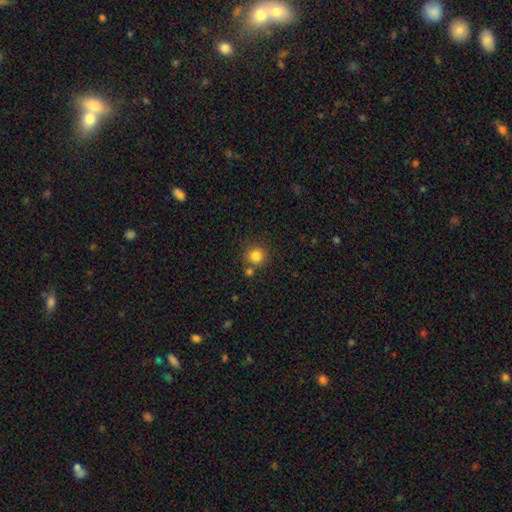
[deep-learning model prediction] A smooth galaxy with no disk features (83%) that is round (92%).

Vote fractions:
- Smooth or featured? smooth: 83% / star or artifact: 12% / featured or disk: 5%
- How rounded? round: 92% / in between: 7% / cigar-shaped: 1%
- Merging? none: 77% / merger: 12% / minor disturbance: 8% / major disturbance: 3%